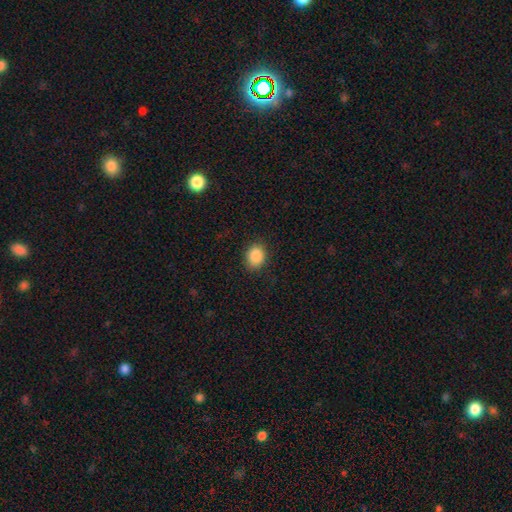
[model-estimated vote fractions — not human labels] smooth-or-featured: smooth: 88% | star or artifact: 8% | featured or disk: 4%
  how-rounded: round: 50% | in between: 49% | cigar-shaped: 1%
  merging: none: 87% | minor disturbance: 9% | major disturbance: 3% | merger: 1%